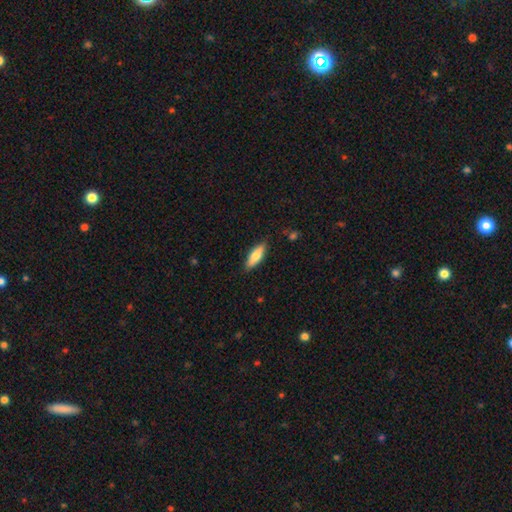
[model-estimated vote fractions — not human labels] Smooth or featured?
  - smooth: 75% *
  - featured or disk: 19%
  - star or artifact: 6%
How rounded?
  - in between: 55% *
  - cigar-shaped: 43%
  - round: 2%
Merging?
  - none: 86% *
  - minor disturbance: 11%
  - major disturbance: 2%
  - merger: 1%